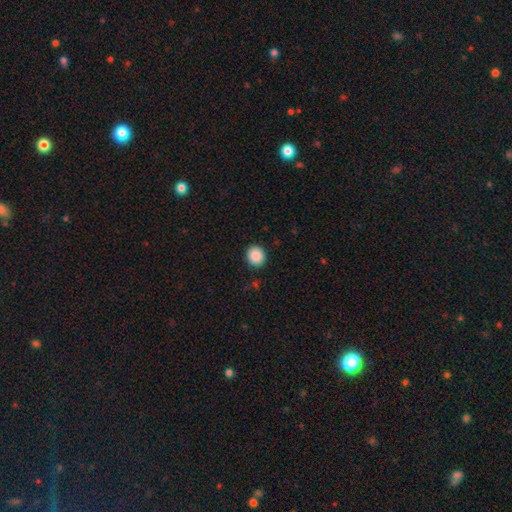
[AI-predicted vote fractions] smooth-or-featured: smooth: 89% | star or artifact: 8% | featured or disk: 3%
  how-rounded: round: 84% | in between: 15% | cigar-shaped: 1%
  merging: none: 91% | minor disturbance: 6% | major disturbance: 2% | merger: 1%